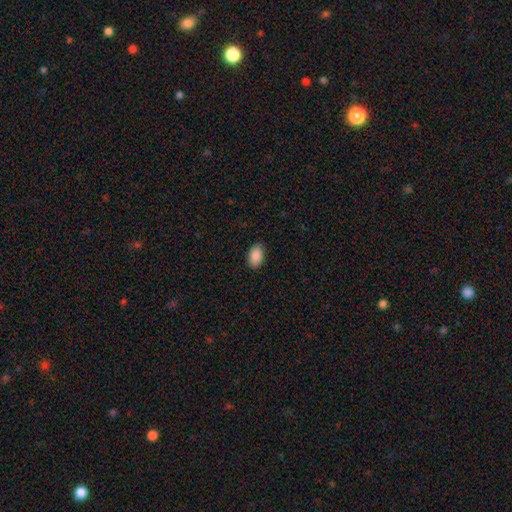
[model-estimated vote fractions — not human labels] This appears to be a smooth galaxy with no disk features (90%) that is in between round and cigar-shaped (92%). Merging: none (88%).